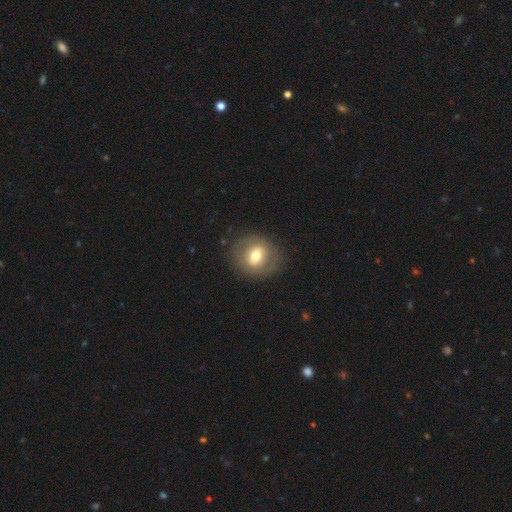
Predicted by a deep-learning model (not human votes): Overall: smooth (55%; featured or disk 36%). How rounded: round (69%; in between 30%). Merging: none (82%).